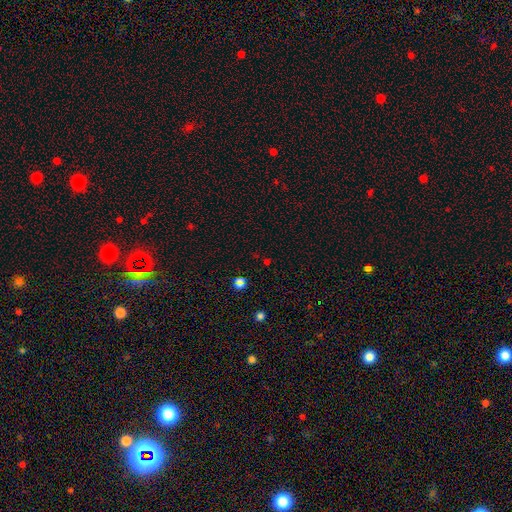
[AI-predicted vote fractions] Smooth or featured?
  - star or artifact: 56% *
  - smooth: 37%
  - featured or disk: 8%